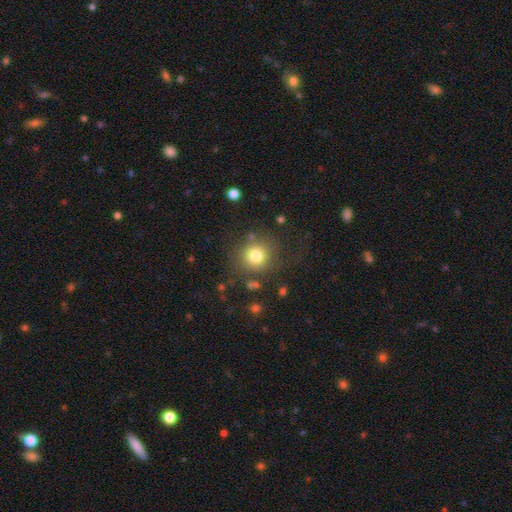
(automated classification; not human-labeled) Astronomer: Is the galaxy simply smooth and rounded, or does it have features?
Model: smooth — 78%.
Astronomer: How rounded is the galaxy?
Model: round — 90%.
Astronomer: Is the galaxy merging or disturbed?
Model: none — 79%.